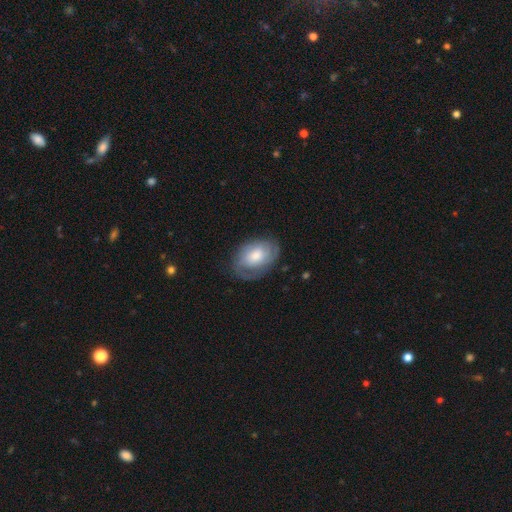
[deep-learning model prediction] This is possibly a featured or disk galaxy (50%). It is clearly not viewed edge-on (95%). Merging: likely none (69%).